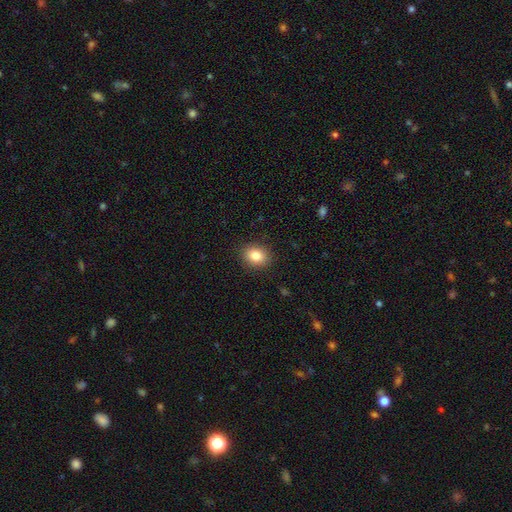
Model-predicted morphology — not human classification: The model was most divided on "how rounded": round: 52%, in between: 47%, cigar-shaped: 1%. More confident: merging — none (89%); smooth or featured — smooth (84%).